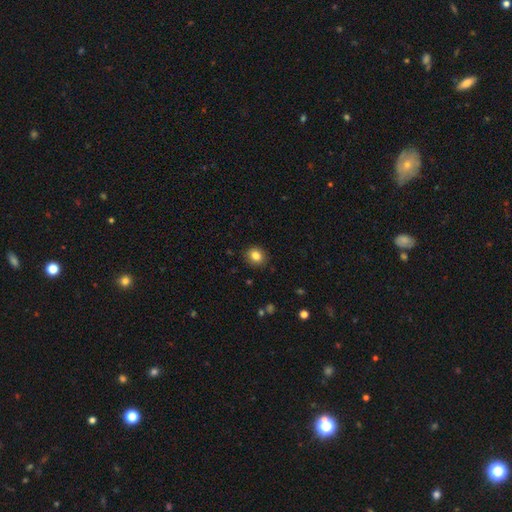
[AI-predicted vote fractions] A smooth galaxy with no disk features (83%) that is round (73%). Merging: none (89%).